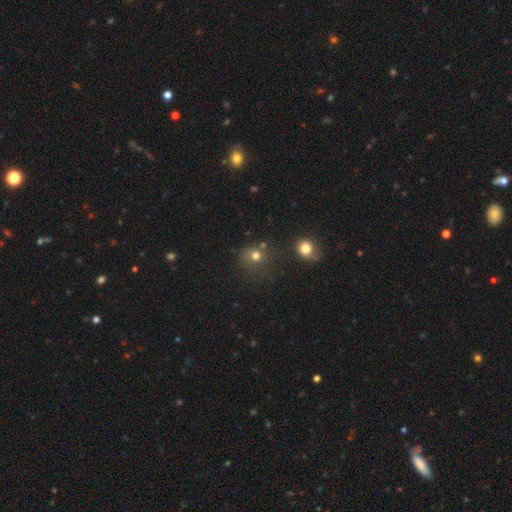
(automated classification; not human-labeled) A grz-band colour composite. It shows a smooth galaxy with no disk features (73%) that is round (84%). Merging: none (61%).